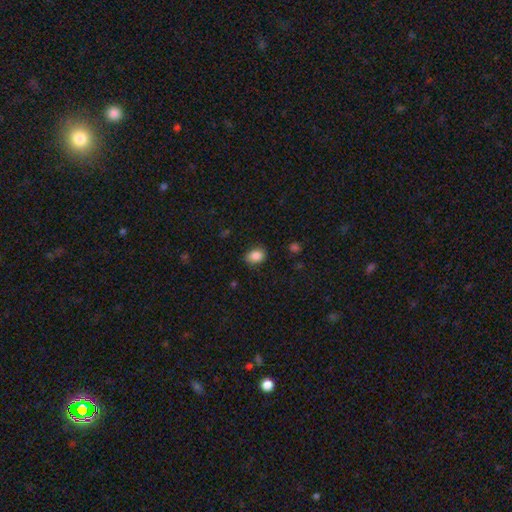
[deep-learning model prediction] A smooth galaxy with no disk features (86%) that is in between round and cigar-shaped (60%). Merging: none (82%).